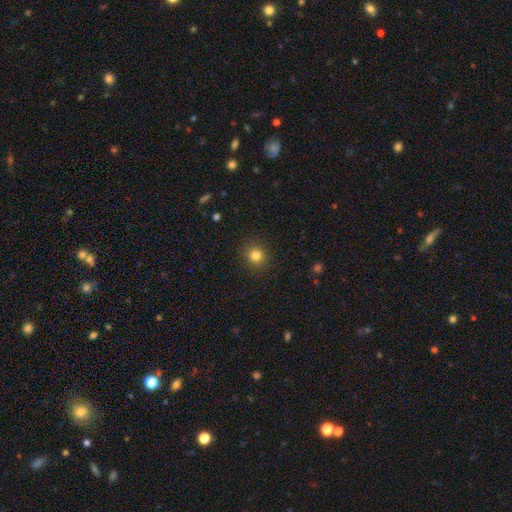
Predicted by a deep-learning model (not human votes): smooth_or_featured: smooth (p=0.81) [alt: star or artifact p=0.13]
how_rounded: round (p=0.89) [alt: in between p=0.10]
merging: none (p=0.90) [alt: minor disturbance p=0.06]